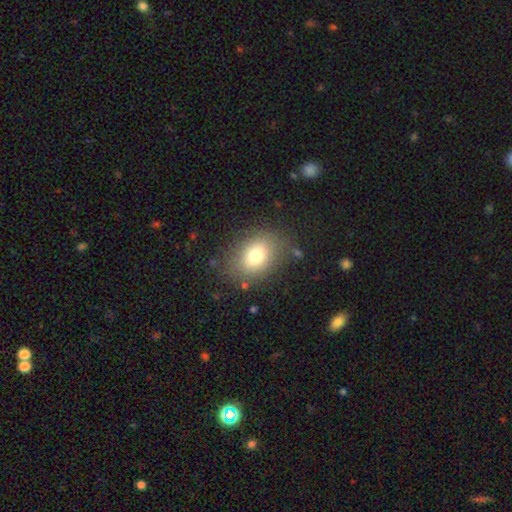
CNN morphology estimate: smooth-or-featured: smooth: 77% | featured or disk: 12% | star or artifact: 10%
  how-rounded: in between: 71% | round: 28% | cigar-shaped: 1%
  merging: none: 79% | minor disturbance: 13% | major disturbance: 6% | merger: 2%